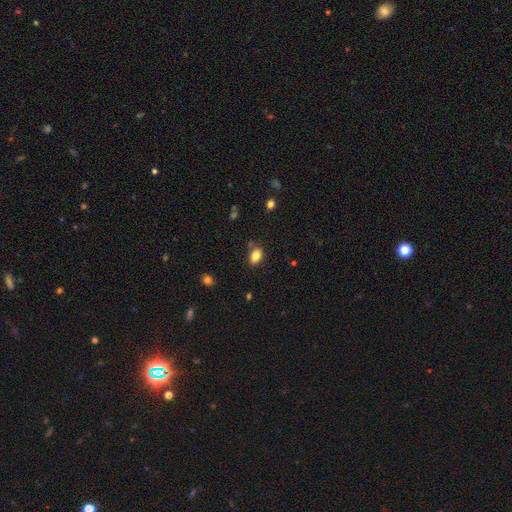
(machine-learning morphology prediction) This is clearly a smooth galaxy (82%). How rounded: clearly in between (83%). Merging: likely none (79%).